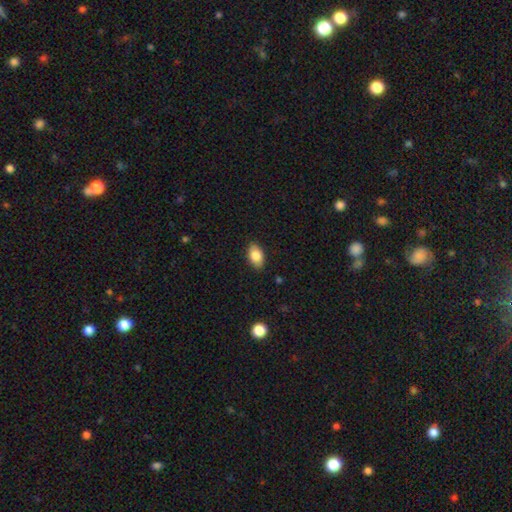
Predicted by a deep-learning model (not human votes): smooth 83%, featured or disk 10%, star or artifact 7%. Down the decision tree: how rounded — in between (90%); merging — none (87%).